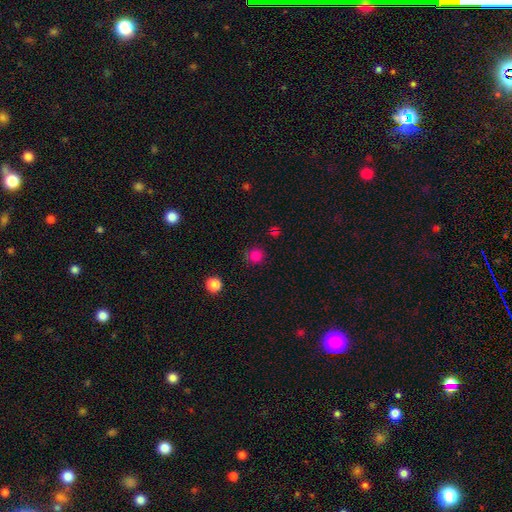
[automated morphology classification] A smooth galaxy with no disk features (79%) that is round (91%). Merging: none (83%).